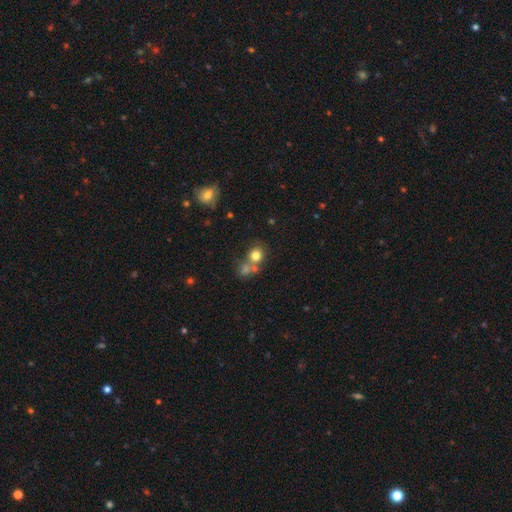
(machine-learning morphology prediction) smooth_or_featured: smooth (p=0.76) [alt: star or artifact p=0.13]
how_rounded: round (p=0.81) [alt: in between p=0.18]
merging: none (p=0.51) [alt: merger p=0.37]